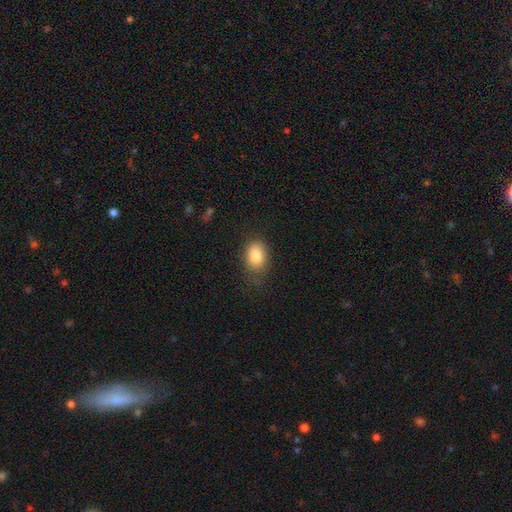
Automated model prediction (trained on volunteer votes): smooth-or-featured: smooth: 83% | star or artifact: 9% | featured or disk: 8%
  how-rounded: in between: 75% | round: 24% | cigar-shaped: 1%
  merging: none: 71% | minor disturbance: 21% | major disturbance: 7% | merger: 1%